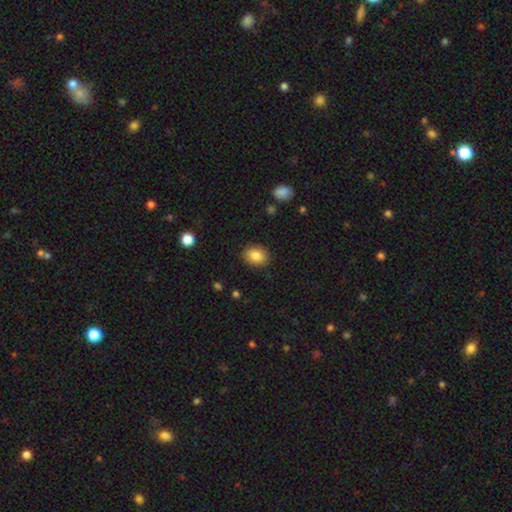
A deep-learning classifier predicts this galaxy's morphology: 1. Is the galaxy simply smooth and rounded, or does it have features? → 85% smooth, 9% star or artifact, 6% featured or disk.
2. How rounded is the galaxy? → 60% in between, 39% round, 1% cigar-shaped.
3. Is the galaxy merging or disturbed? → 87% none, 10% minor disturbance, 3% major disturbance, 1% merger.